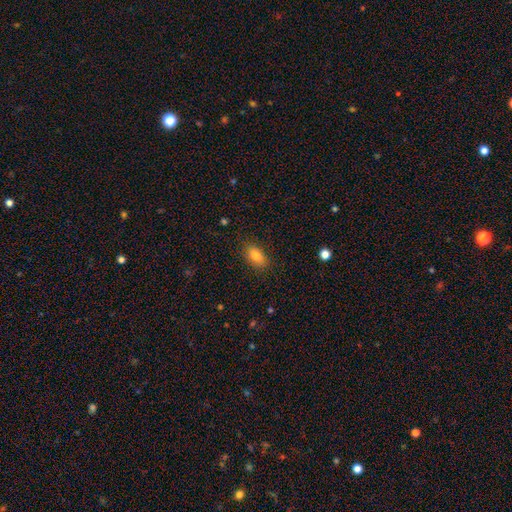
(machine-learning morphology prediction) Smooth or featured: smooth — 80% (featured or disk — 11%)
How rounded: in between — 88% (round — 7%)
Merging: none — 86% (minor disturbance — 10%)